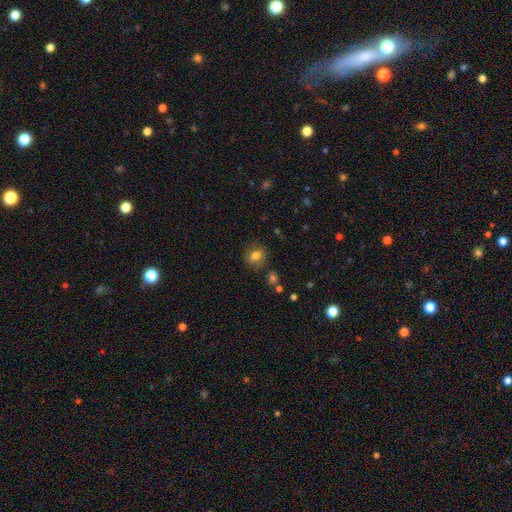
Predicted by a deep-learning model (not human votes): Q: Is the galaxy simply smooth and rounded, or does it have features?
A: smooth — 76%.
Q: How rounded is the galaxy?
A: round — 60%.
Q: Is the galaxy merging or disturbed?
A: none — 79%.